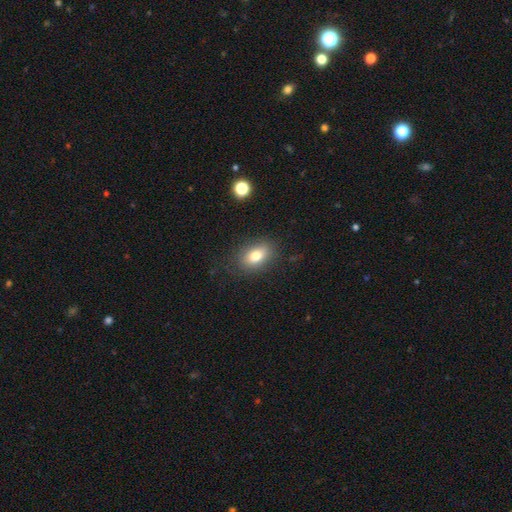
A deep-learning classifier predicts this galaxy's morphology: smooth_or_featured: smooth (p=0.77) [alt: featured or disk p=0.12]
how_rounded: in between (p=0.79) [alt: round p=0.19]
merging: none (p=0.83) [alt: minor disturbance p=0.11]